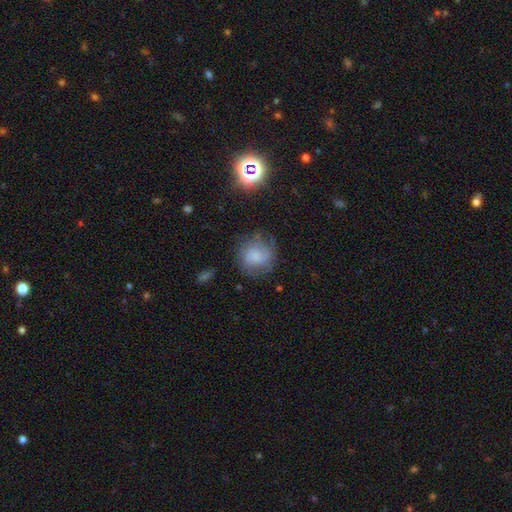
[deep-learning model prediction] Smooth or featured: smooth — 54% (featured or disk — 34%)
How rounded: round — 84% (in between — 15%)
Merging: none — 66% (minor disturbance — 21%)